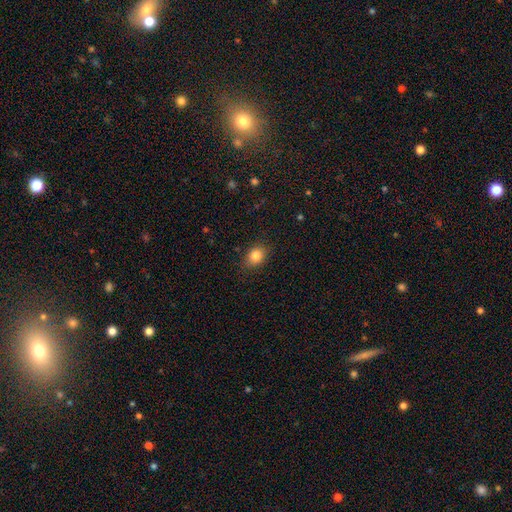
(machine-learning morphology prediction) The model was most divided on "how rounded": in between: 55%, round: 44%, cigar-shaped: 1%. More confident: merging — none (84%); smooth or featured — smooth (84%).